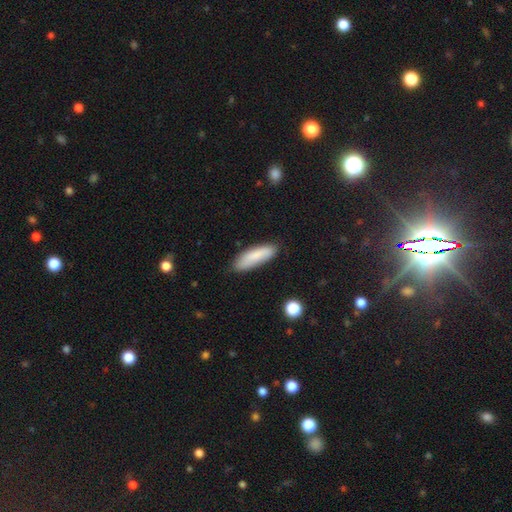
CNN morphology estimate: Overall: smooth (84%). How rounded: cigar-shaped (52%; in between 47%). Merging: none (81%).